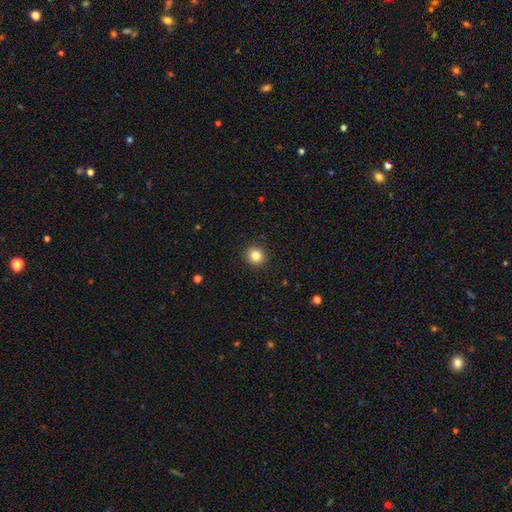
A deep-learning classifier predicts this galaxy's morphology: smooth 83%, star or artifact 11%, featured or disk 6%. Down the decision tree: how rounded — round (93%); merging — none (92%).